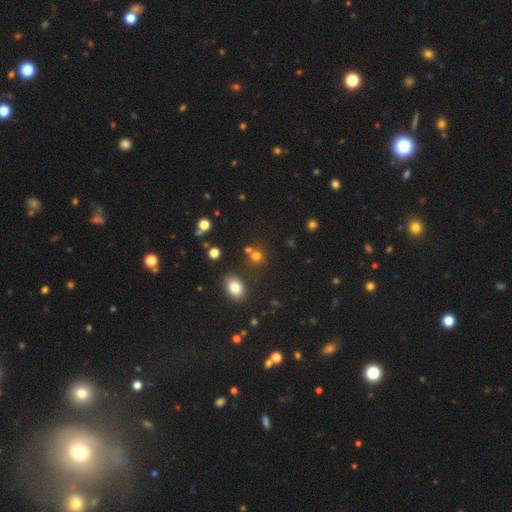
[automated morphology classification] smooth_or_featured: smooth (p=0.71) [alt: star or artifact p=0.21]
how_rounded: round (p=0.80) [alt: in between p=0.19]
merging: none (p=0.65) [alt: merger p=0.20]